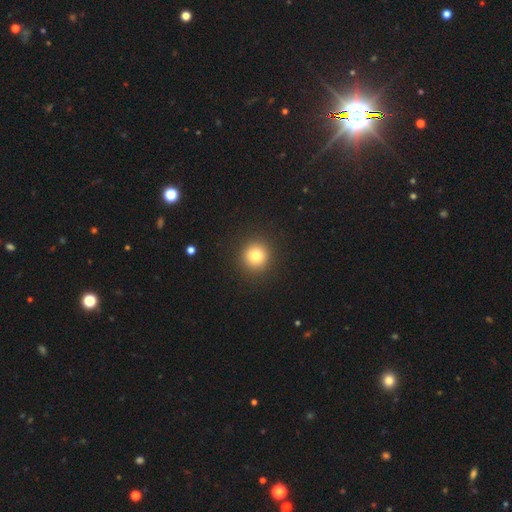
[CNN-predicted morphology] This is likely a smooth galaxy (80%). How rounded: clearly round (93%). Merging: clearly none (92%).